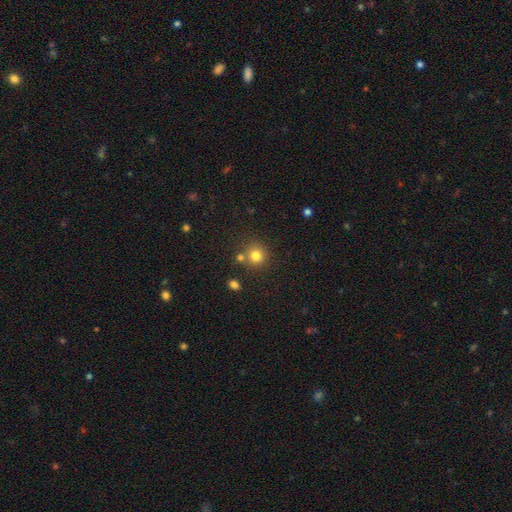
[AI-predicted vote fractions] smooth 79%, star or artifact 14%, featured or disk 7%. Down the decision tree: how rounded — round (90%); merging — none (73%).